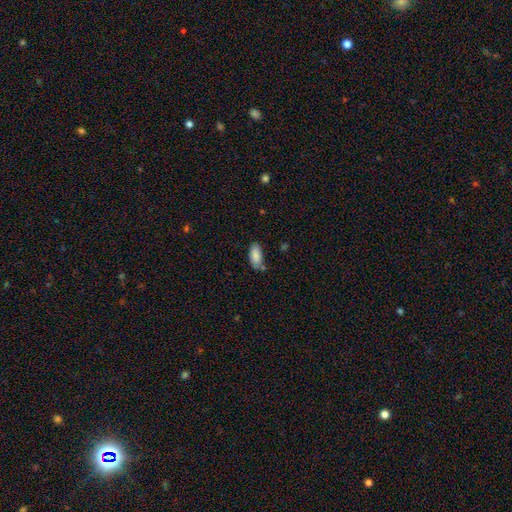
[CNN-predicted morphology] type=smooth (87%); roundness=in between (89%); merging=none (67%).